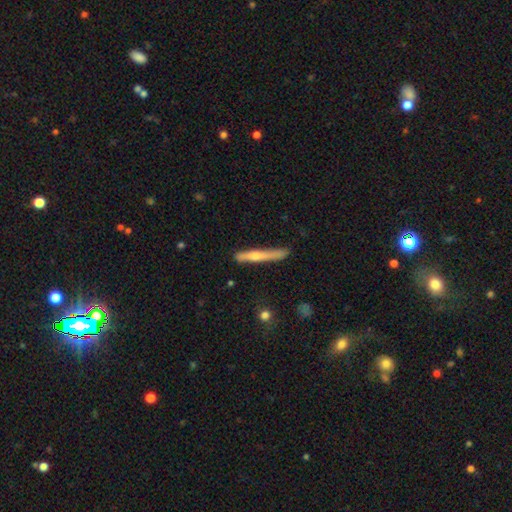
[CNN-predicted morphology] Smooth or featured? featured or disk (50%)
Merging? none (75%)